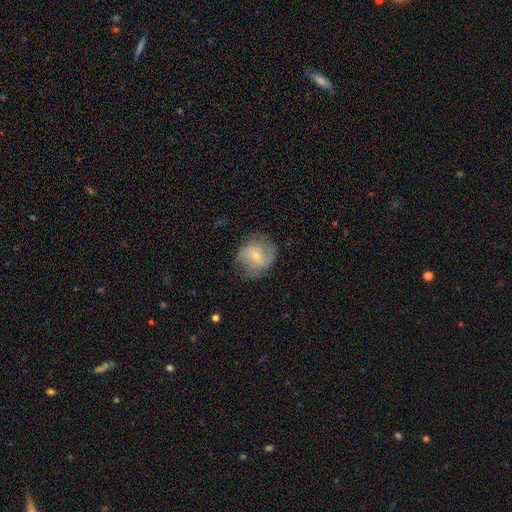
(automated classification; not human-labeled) smooth_or_featured: featured or disk (p=0.55) [alt: smooth p=0.38]
disk_edge_on: no (p=0.97) [alt: yes p=0.03]
bar: no (p=0.48) [alt: weak p=0.41]
has_spiral_arms: yes (p=0.80) [alt: no p=0.20]
bulge_size: small (p=0.61) [alt: moderate p=0.34]
merging: none (p=0.64) [alt: minor disturbance p=0.23]